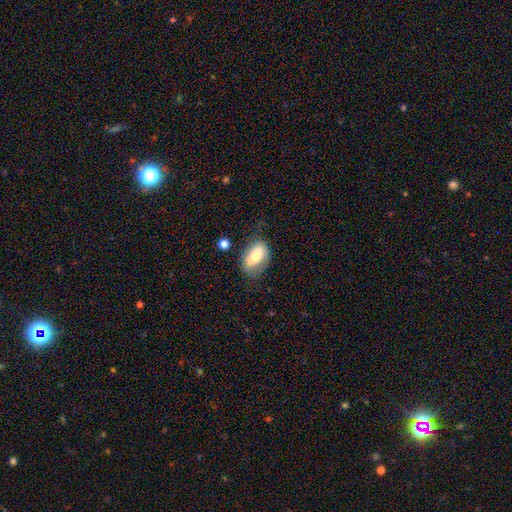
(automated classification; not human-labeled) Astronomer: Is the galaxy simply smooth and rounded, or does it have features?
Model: smooth — 71%.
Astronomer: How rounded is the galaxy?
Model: in between — 89%.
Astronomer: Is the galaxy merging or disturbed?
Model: none — 54% (runner-up: minor disturbance, 29%).